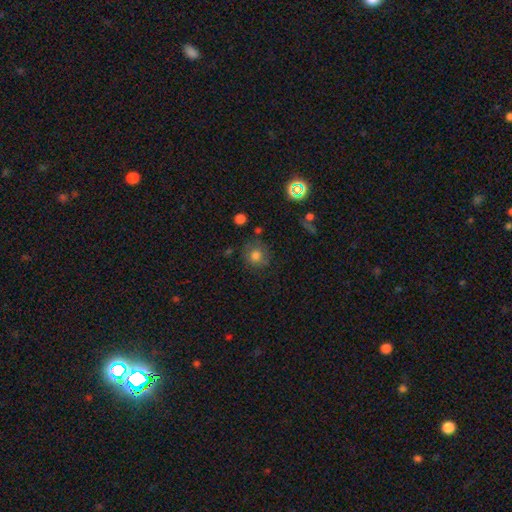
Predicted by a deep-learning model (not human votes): Smooth or featured?
  - smooth: 75% *
  - featured or disk: 12%
  - star or artifact: 12%
How rounded?
  - round: 87% *
  - in between: 13%
  - cigar-shaped: 1%
Merging?
  - none: 73% *
  - minor disturbance: 17%
  - major disturbance: 7%
  - merger: 3%